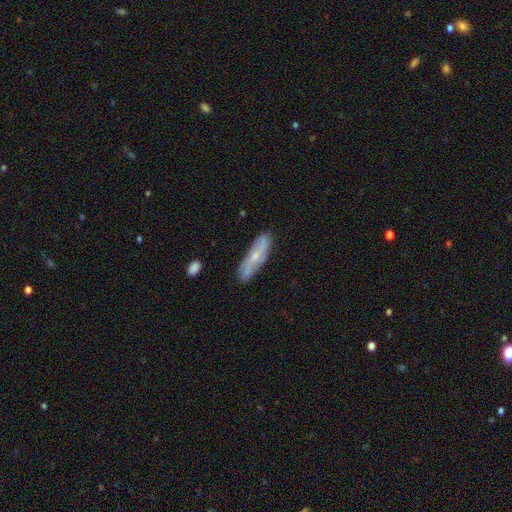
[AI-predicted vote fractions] featured or disk 62%, smooth 31%, star or artifact 7%. Down the decision tree: edge-on disk — no (67%); merging — none (82%).